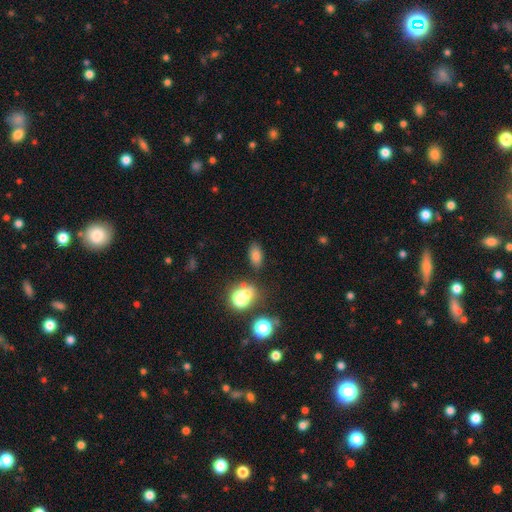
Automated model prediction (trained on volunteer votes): A smooth galaxy with no disk features (73%) that is in between round and cigar-shaped (85%).

Vote fractions:
- Smooth or featured? smooth: 73% / star or artifact: 19% / featured or disk: 8%
- How rounded? in between: 85% / round: 11% / cigar-shaped: 4%
- Merging? none: 81% / minor disturbance: 11% / merger: 4% / major disturbance: 4%